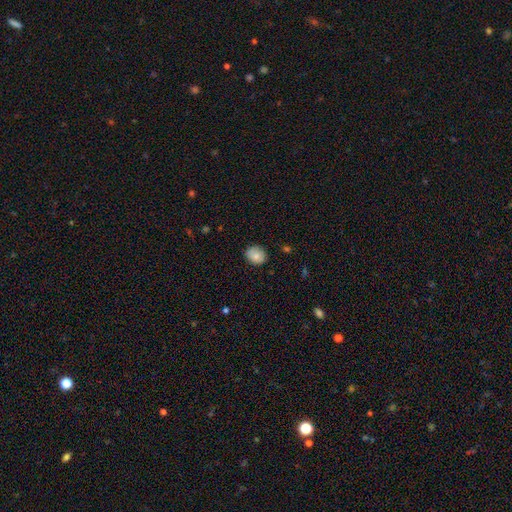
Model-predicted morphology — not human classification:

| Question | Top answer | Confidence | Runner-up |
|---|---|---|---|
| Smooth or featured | smooth | 83% | featured or disk (9%) |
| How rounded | round | 54% | in between (45%) |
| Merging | none | 80% | minor disturbance (16%) |